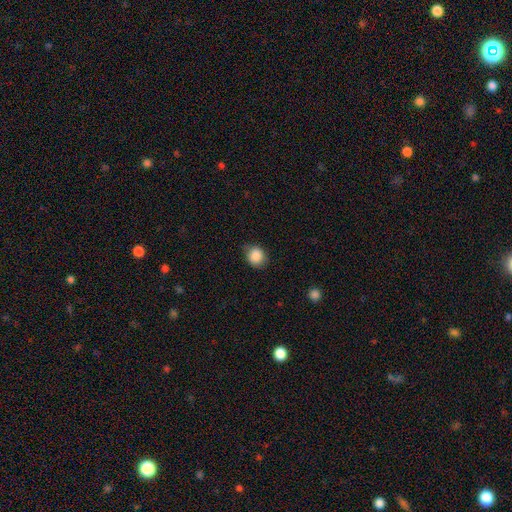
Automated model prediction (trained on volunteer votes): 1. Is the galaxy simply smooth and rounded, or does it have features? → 87% smooth, 9% star or artifact, 4% featured or disk.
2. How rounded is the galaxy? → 73% round, 26% in between, 1% cigar-shaped.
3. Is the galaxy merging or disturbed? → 77% none, 18% minor disturbance, 4% major disturbance, 1% merger.